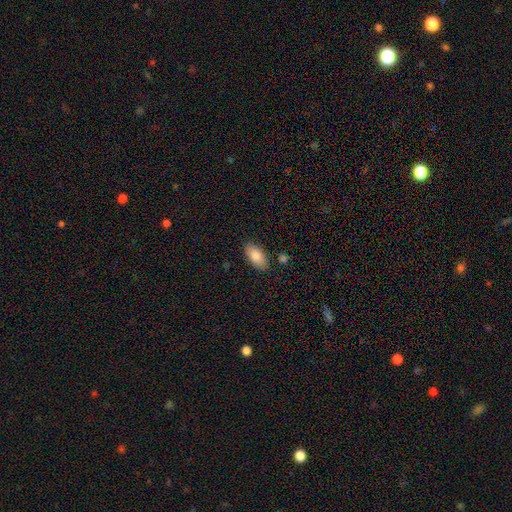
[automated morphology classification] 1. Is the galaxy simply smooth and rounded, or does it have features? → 85% smooth, 9% featured or disk, 6% star or artifact.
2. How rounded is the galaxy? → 93% in between, 5% cigar-shaped, 3% round.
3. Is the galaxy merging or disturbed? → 85% none, 10% minor disturbance, 3% merger, 2% major disturbance.